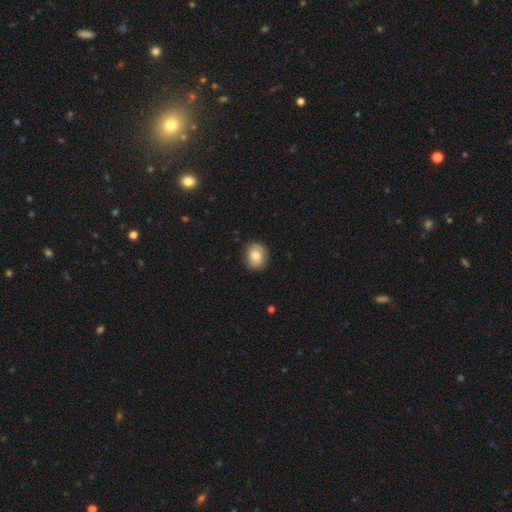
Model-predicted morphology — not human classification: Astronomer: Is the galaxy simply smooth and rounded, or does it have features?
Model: smooth — 80%.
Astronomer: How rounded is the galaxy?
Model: round — 72%.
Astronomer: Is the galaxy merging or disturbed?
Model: none — 86%.